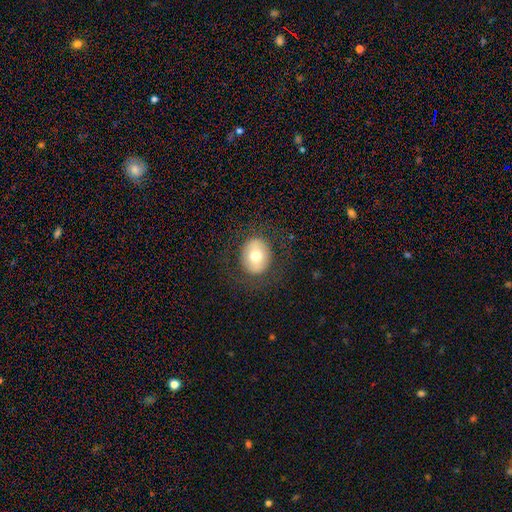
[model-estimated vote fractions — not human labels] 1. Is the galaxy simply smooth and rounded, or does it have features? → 65% smooth, 26% featured or disk, 8% star or artifact.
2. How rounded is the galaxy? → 67% round, 32% in between, 1% cigar-shaped.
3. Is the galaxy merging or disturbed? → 80% none, 11% minor disturbance, 8% major disturbance, 1% merger.